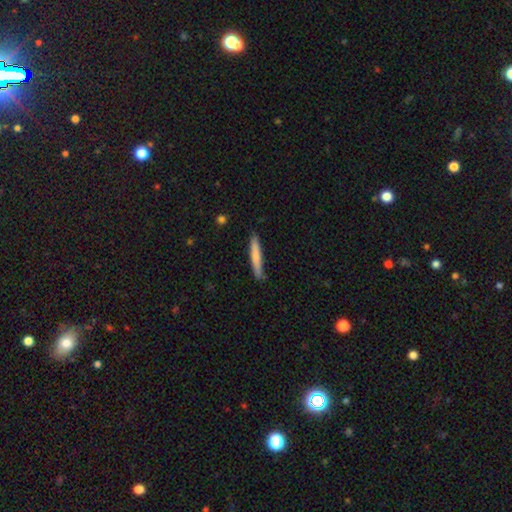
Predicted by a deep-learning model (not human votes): A smooth galaxy with no disk features (73%) that is cigar-shaped (95%).

Vote fractions:
- Smooth or featured? smooth: 73% / featured or disk: 22% / star or artifact: 5%
- How rounded? cigar-shaped: 95% / in between: 4% / round: 1%
- Merging? none: 85% / minor disturbance: 12% / major disturbance: 2% / merger: 2%